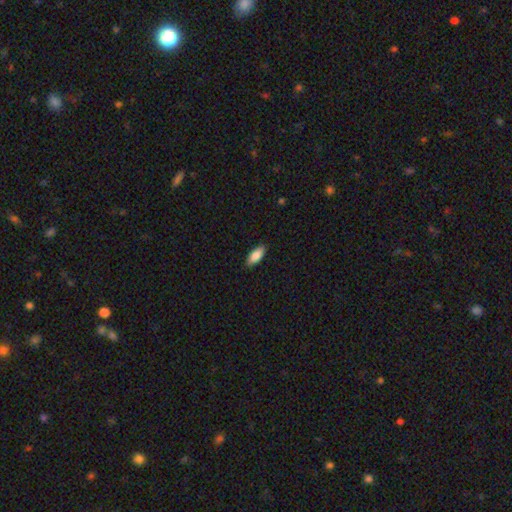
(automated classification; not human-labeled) Smooth or featured? smooth (85%)
How rounded? in between (81%)
Merging? none (87%)